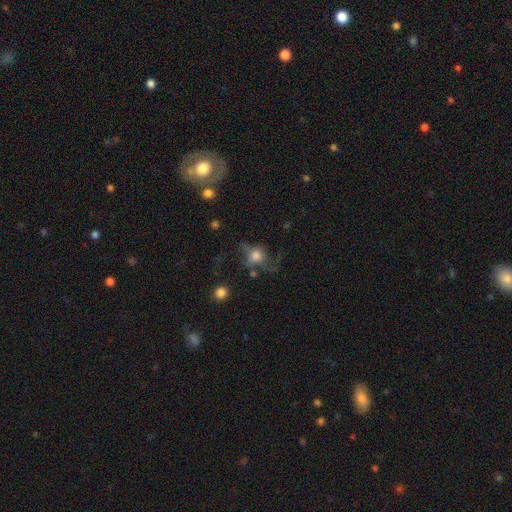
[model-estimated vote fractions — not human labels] Smooth or featured? Predicted: smooth (p=0.48). Merging? Predicted: none (p=0.45).